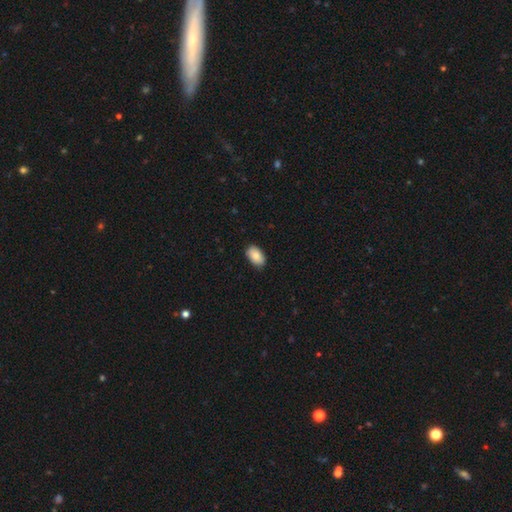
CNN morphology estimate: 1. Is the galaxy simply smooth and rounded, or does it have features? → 85% smooth, 8% featured or disk, 7% star or artifact.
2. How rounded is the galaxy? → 93% in between, 5% round, 1% cigar-shaped.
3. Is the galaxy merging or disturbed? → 87% none, 11% minor disturbance, 2% major disturbance, 1% merger.